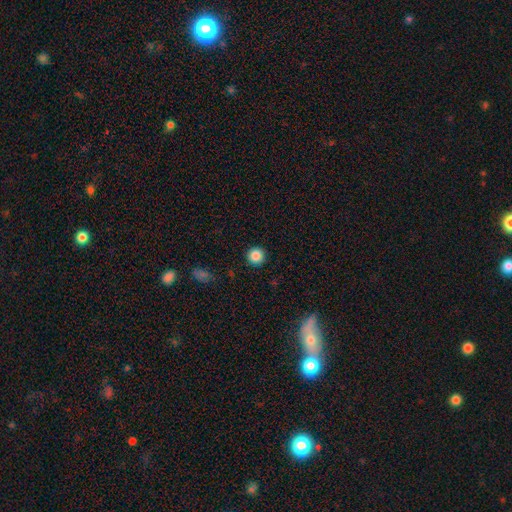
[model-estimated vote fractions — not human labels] Overall: smooth (86%). How rounded: round (95%). Merging: none (92%).